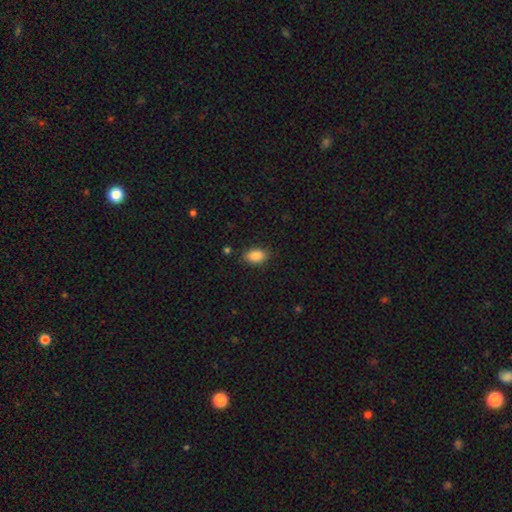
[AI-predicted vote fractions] Overall: smooth (86%). How rounded: in between (88%). Merging: none (86%).